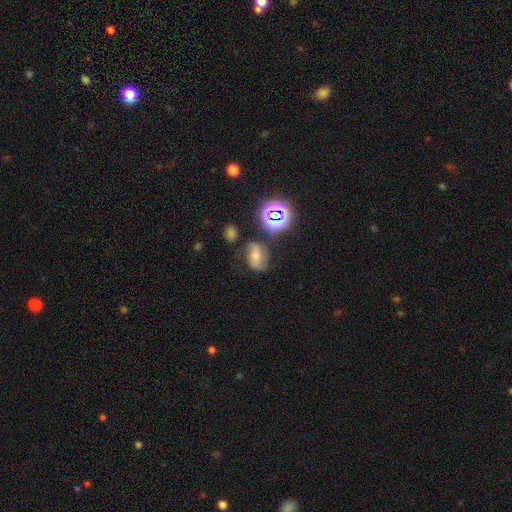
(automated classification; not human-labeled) The model was most divided on "smooth or featured": featured or disk: 43%, smooth: 34%, star or artifact: 23%. More confident: merging — none (61%).